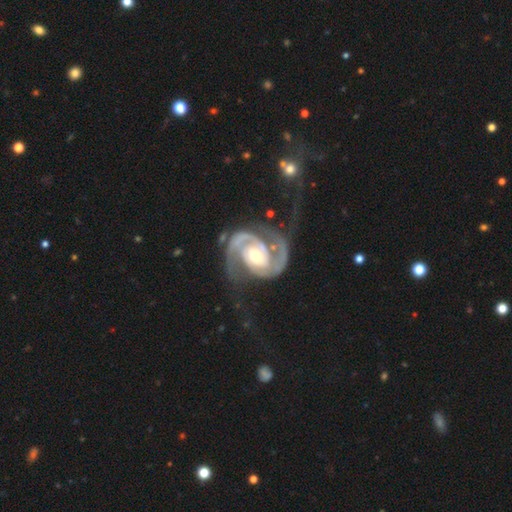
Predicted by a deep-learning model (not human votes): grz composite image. It shows a featured or disk galaxy (94%) with no bar (48%), 2 (92%) medium (47%) spiral arms (98%) and a moderate central bulge (65%). Merging: none (61%).